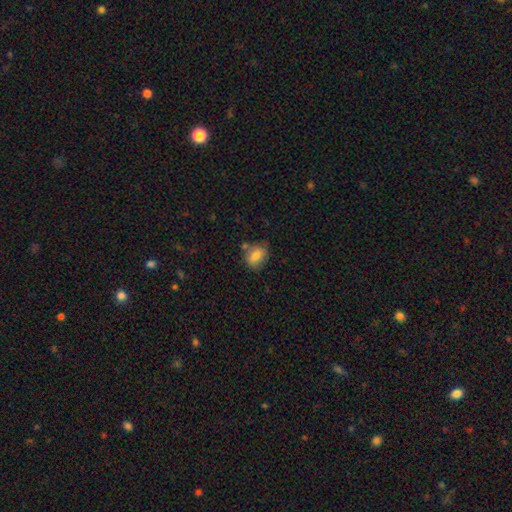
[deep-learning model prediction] Morphology: type=smooth (80%); roundness=in between (61%); merging=none (66%).